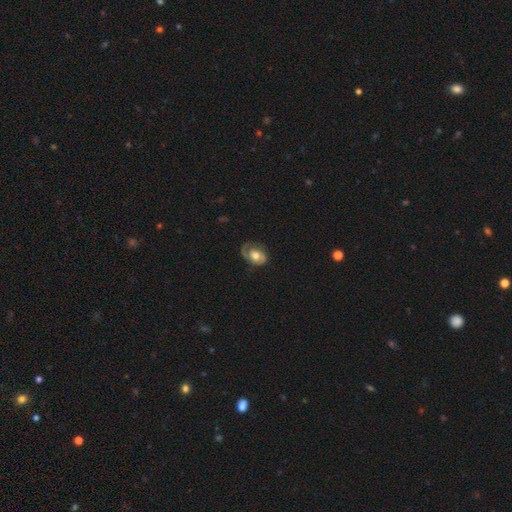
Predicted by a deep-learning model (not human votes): smooth-or-featured: featured or disk: 58% | smooth: 35% | star or artifact: 7%
  disk-edge-on: no: 96% | yes: 4%
    bar: no: 74% | weak: 21% | strong: 5%
    has-spiral-arms: yes: 78% | no: 22%
    bulge-size: moderate: 65% | large: 22% | small: 10% | dominant: 2% | none: 1%
  merging: none: 61% | minor disturbance: 24% | major disturbance: 13% | merger: 1%